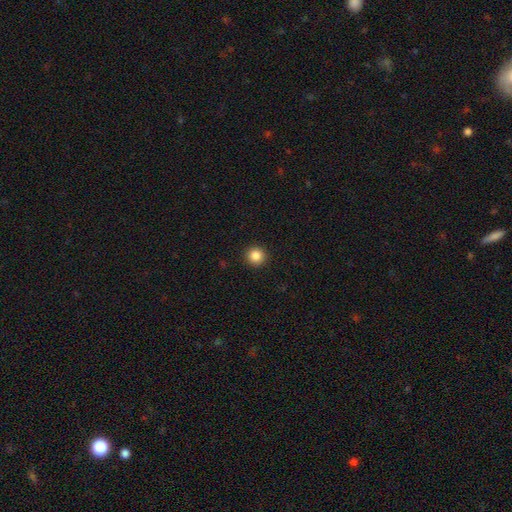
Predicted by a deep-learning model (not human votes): A smooth galaxy with no disk features (85%) that is round (95%).

Vote fractions:
- Smooth or featured? smooth: 85% / star or artifact: 11% / featured or disk: 4%
- How rounded? round: 95% / in between: 4% / cigar-shaped: 1%
- Merging? none: 93% / minor disturbance: 4% / major disturbance: 2% / merger: 1%